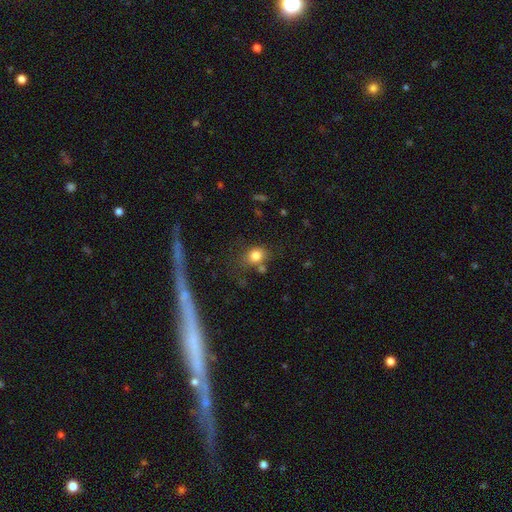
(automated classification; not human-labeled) A smooth galaxy with no disk features (81%) that is round (59%). Merging: none (65%).